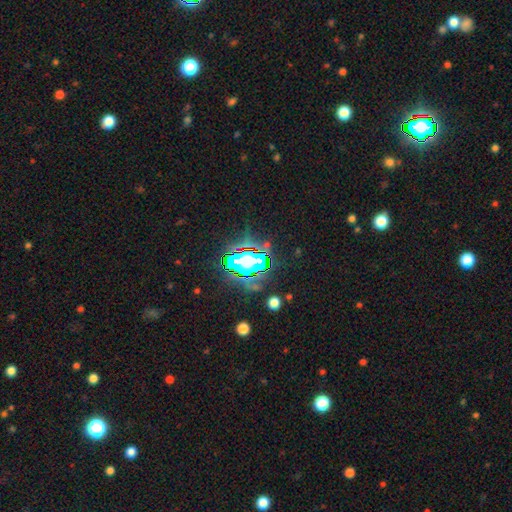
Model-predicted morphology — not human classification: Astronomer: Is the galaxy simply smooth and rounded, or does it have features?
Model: star or artifact — 76%.